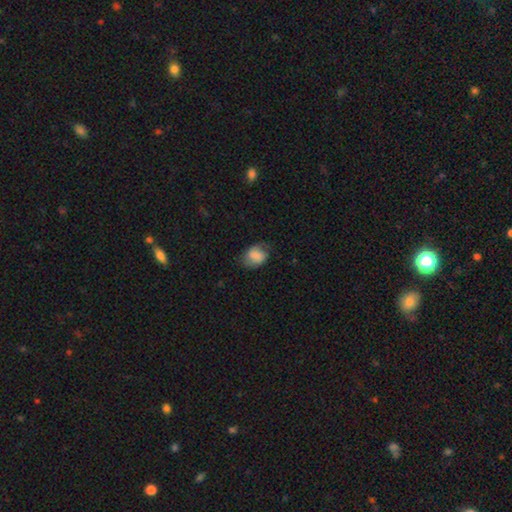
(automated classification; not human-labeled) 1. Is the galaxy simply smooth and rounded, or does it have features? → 73% smooth, 20% featured or disk, 8% star or artifact.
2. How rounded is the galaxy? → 62% in between, 37% round, 1% cigar-shaped.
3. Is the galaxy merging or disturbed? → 59% none, 28% minor disturbance, 12% major disturbance, 1% merger.